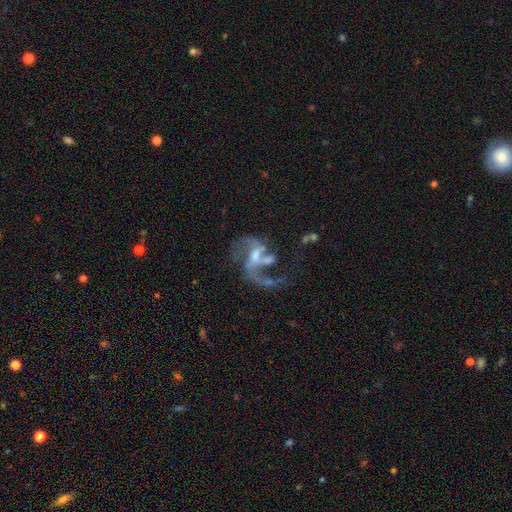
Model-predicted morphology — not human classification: smooth_or_featured: featured or disk (p=0.83) [alt: star or artifact p=0.09]
disk_edge_on: no (p=0.98) [alt: yes p=0.02]
bar: weak (p=0.47) [alt: no p=0.33]
has_spiral_arms: yes (p=0.87) [alt: no p=0.13]
spiral_winding: loose (p=0.65) [alt: medium p=0.29]
spiral_arm_count: 2 (p=0.55) [alt: 1 p=0.23]
bulge_size: moderate (p=0.45) [alt: small p=0.35]
merging: major disturbance (p=0.38) [alt: none p=0.32]